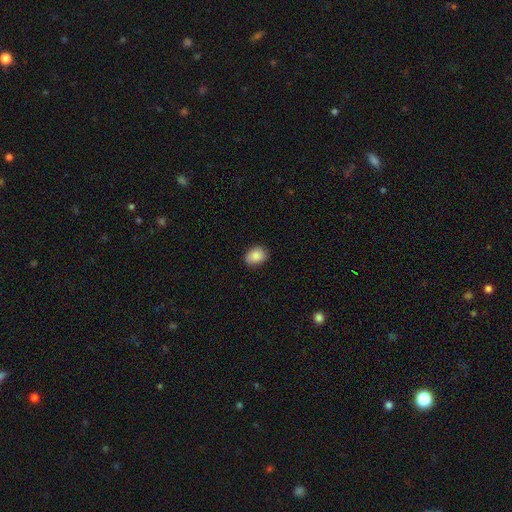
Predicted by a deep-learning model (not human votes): The model was most divided on "how rounded": in between: 69%, round: 30%, cigar-shaped: 1%. More confident: smooth or featured — smooth (87%); merging — none (86%).